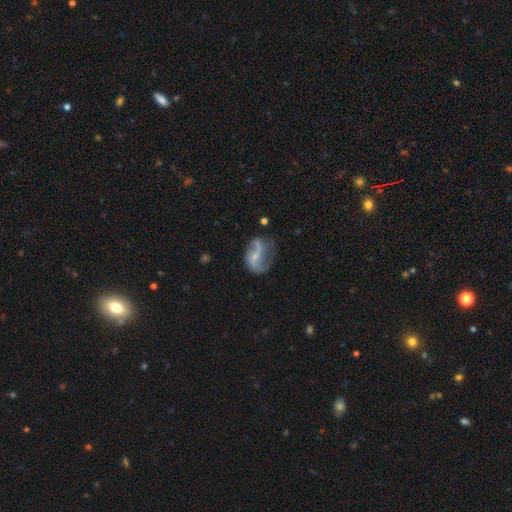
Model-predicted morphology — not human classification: Overall: featured or disk (70%). Edge-on disk: no (97%). Bar: no (51%; weak 36%). Spiral arms: yes (82%). Spiral arm count: 2 (69%). Spiral winding: loose (58%; medium 32%). Bulge size: small (63%). Merging: none (38%; major disturbance 31%).